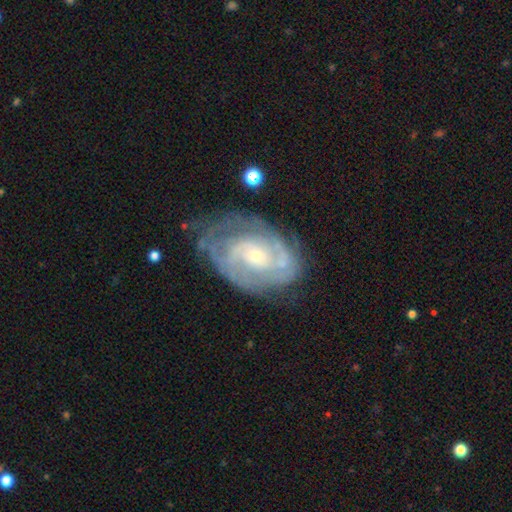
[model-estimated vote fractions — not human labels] Smooth or featured: featured or disk — 85% (smooth — 9%)
Edge-on disk: no — 97% (yes — 3%)
Bar: no — 68% (weak — 26%)
Spiral arms: yes — 94% (no — 6%)
Spiral winding: tight — 60% (medium — 32%)
Spiral arm count: 2 — 41% (can't tell — 31%)
Bulge size: small — 73% (moderate — 23%)
Merging: none — 59% (minor disturbance — 25%)